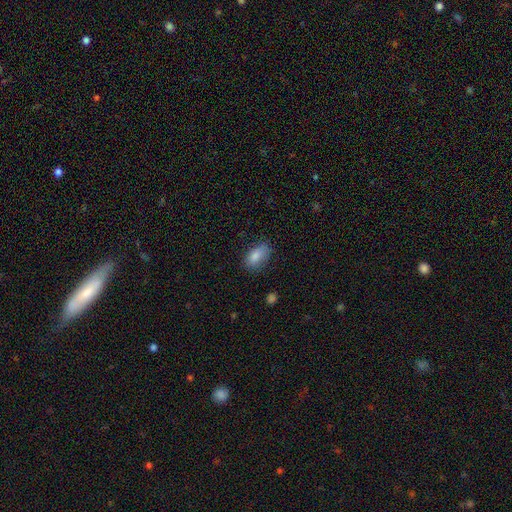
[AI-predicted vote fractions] Smooth or featured? Predicted: smooth (p=0.83). How rounded? Predicted: in between (p=0.89). Merging? Predicted: none (p=0.75).